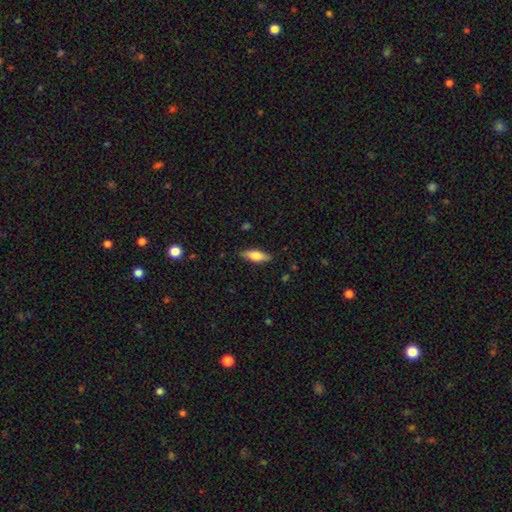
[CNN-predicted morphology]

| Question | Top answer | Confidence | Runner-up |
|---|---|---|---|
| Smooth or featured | smooth | 62% | featured or disk (31%) |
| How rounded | in between | 56% | cigar-shaped (42%) |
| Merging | none | 86% | minor disturbance (10%) |